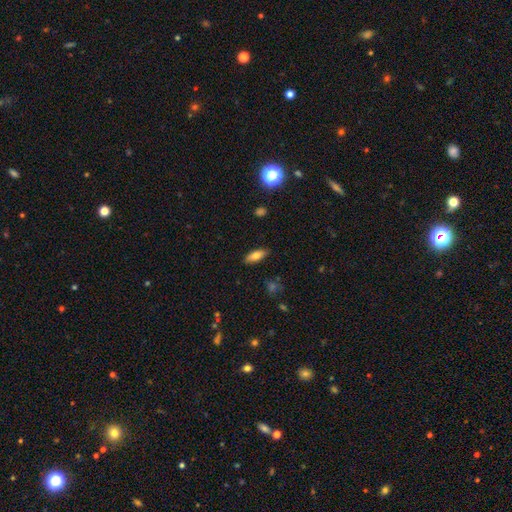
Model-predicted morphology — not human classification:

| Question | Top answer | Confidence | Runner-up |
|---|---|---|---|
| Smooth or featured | smooth | 72% | featured or disk (20%) |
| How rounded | in between | 73% | cigar-shaped (25%) |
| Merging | none | 87% | minor disturbance (9%) |